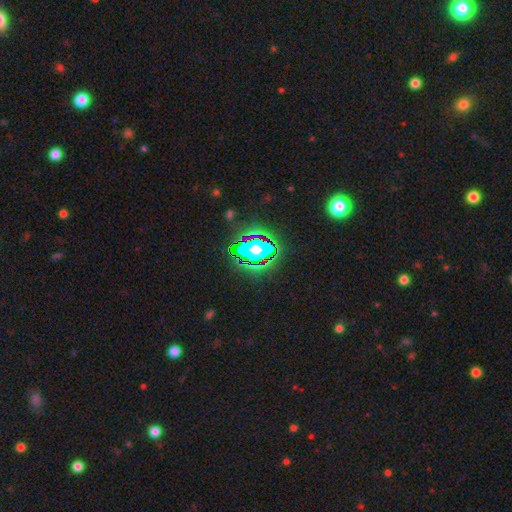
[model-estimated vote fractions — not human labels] A star or artifact, not a galaxy (81%).

Vote fractions:
- Smooth or featured? star or artifact: 81% / smooth: 12% / featured or disk: 7%